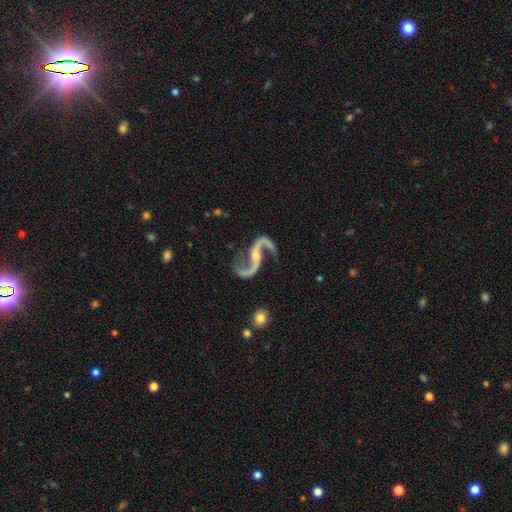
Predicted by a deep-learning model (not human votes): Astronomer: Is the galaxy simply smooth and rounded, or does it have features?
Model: featured or disk — 93%.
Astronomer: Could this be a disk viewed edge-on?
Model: no — 97%.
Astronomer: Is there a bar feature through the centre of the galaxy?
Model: weak — 38% (runner-up: no, 36%).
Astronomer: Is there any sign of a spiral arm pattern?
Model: yes — 98%.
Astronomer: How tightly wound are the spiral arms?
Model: loose — 70%.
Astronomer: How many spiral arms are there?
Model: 2 — 94%.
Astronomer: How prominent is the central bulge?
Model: small — 60%.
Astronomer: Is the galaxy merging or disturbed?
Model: none — 74%.